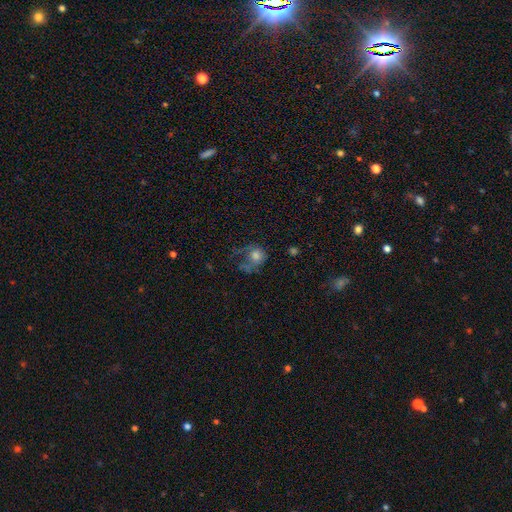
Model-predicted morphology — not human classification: A smooth galaxy with no disk features (62%) that is round (69%).

Vote fractions:
- Smooth or featured? smooth: 62% / featured or disk: 25% / star or artifact: 13%
- How rounded? round: 69% / in between: 30% / cigar-shaped: 1%
- Merging? major disturbance: 45% / none: 30% / minor disturbance: 20% / merger: 5%